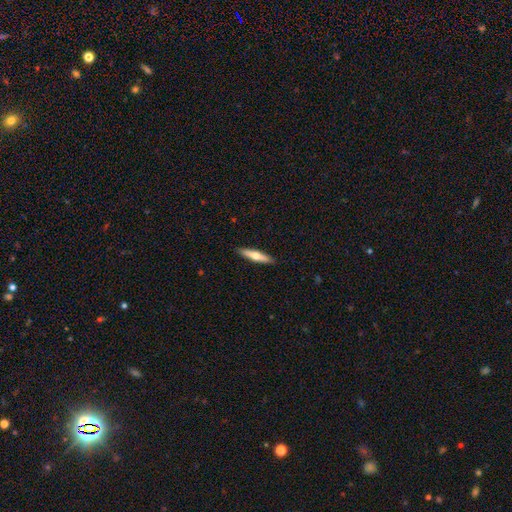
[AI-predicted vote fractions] Smooth or featured? smooth (51%)
How rounded? cigar-shaped (84%)
Merging? none (91%)